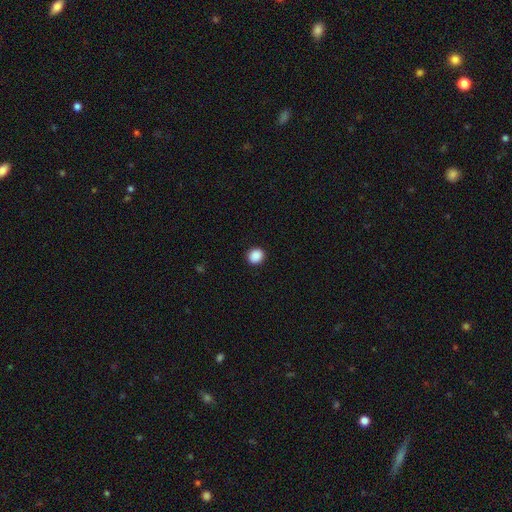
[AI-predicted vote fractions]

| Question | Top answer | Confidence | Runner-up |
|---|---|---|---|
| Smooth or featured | smooth | 89% | star or artifact (9%) |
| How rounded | round | 81% | in between (18%) |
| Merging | none | 92% | minor disturbance (5%) |